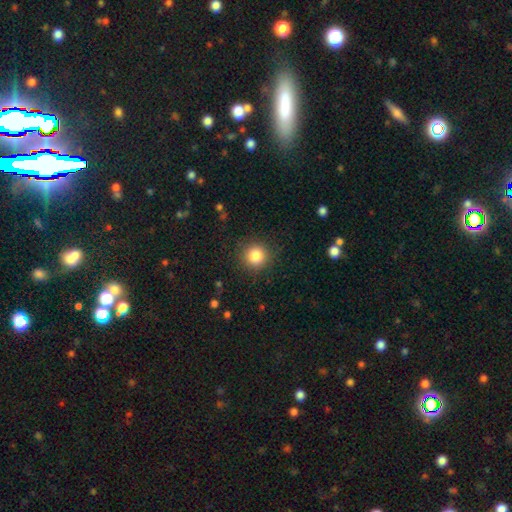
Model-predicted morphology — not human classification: Q: Smooth or featured?
A: smooth (84%); runner-up: star or artifact (11%)
Q: How rounded?
A: round (93%); runner-up: in between (6%)
Q: Merging?
A: none (88%); runner-up: minor disturbance (8%)